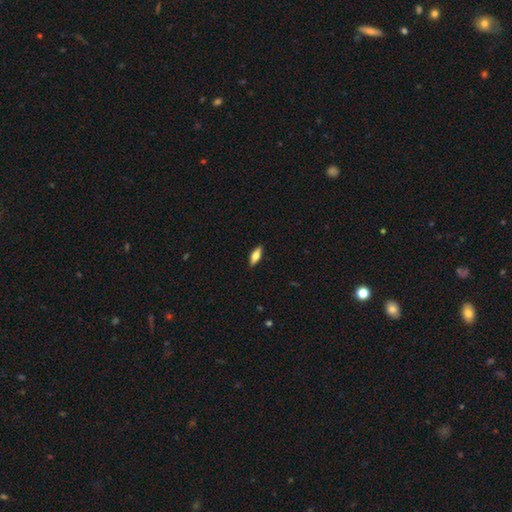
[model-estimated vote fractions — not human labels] smooth 70%, featured or disk 23%, star or artifact 7%. Down the decision tree: how rounded — in between (68%); merging — none (88%).